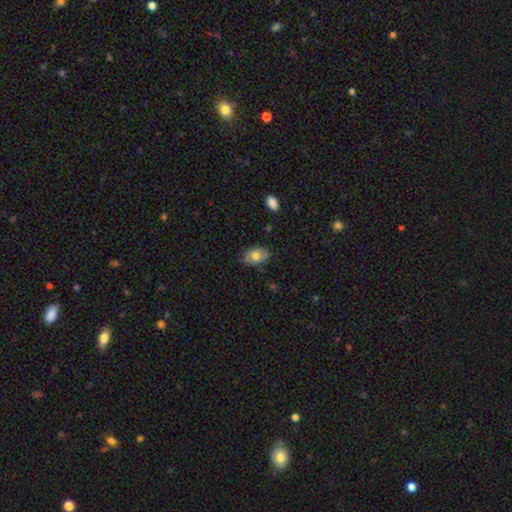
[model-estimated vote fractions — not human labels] This is likely a smooth galaxy (74%). How rounded: clearly in between (88%). Merging: likely none (78%).